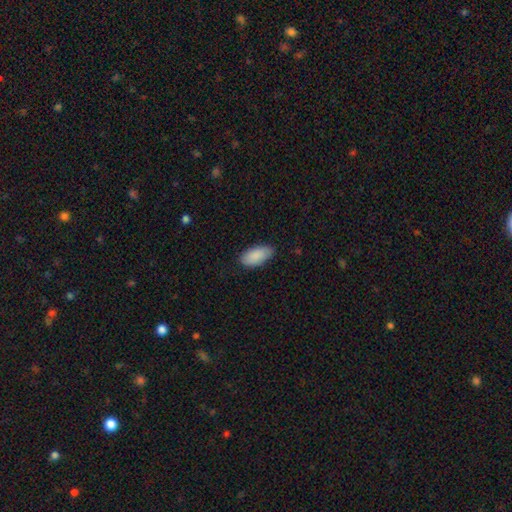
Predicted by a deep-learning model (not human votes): Smooth or featured?
  - smooth: 90% *
  - star or artifact: 6%
  - featured or disk: 5%
How rounded?
  - in between: 92% *
  - cigar-shaped: 6%
  - round: 2%
Merging?
  - none: 82% *
  - minor disturbance: 15%
  - major disturbance: 2%
  - merger: 1%